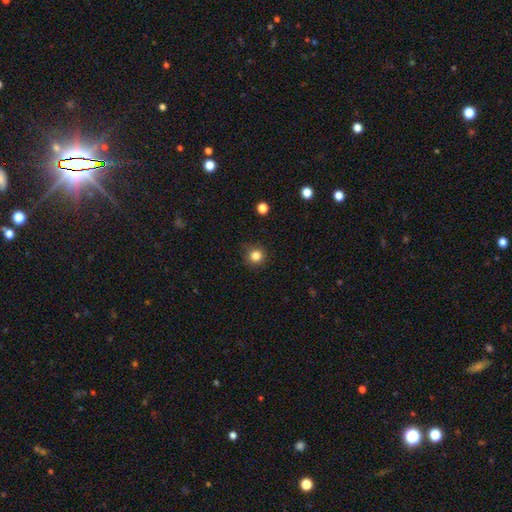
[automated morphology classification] Smooth or featured? Predicted: smooth (p=0.83). How rounded? Predicted: round (p=0.94). Merging? Predicted: none (p=0.89).